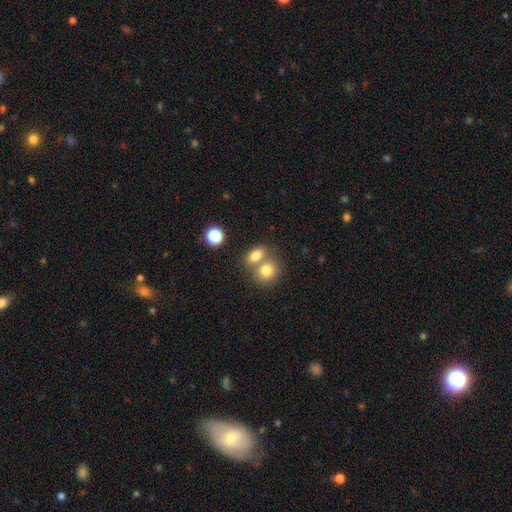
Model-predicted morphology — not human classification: Smooth or featured?
  - smooth: 78% *
  - featured or disk: 11%
  - star or artifact: 10%
How rounded?
  - in between: 63% *
  - round: 34%
  - cigar-shaped: 2%
Merging?
  - merger: 50% *
  - none: 39%
  - minor disturbance: 8%
  - major disturbance: 3%